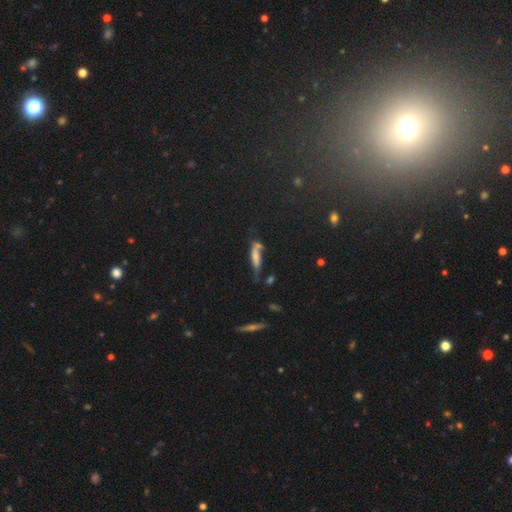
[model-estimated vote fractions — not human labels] Morphology: type=smooth (61%); roundness=cigar-shaped (73%); merging=none (44%).